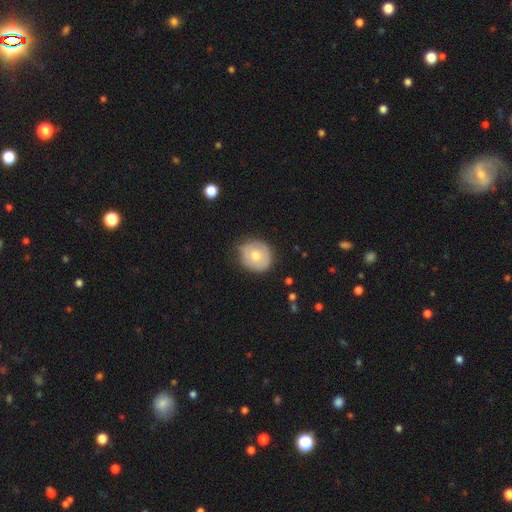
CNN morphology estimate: type=smooth (69%); roundness=round (83%); merging=none (69%).